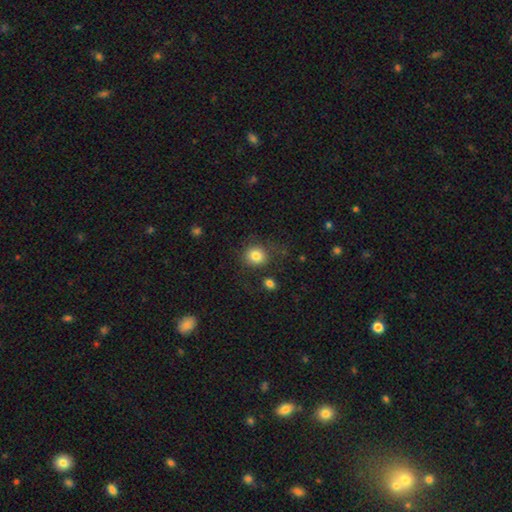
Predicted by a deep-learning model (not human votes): smooth-or-featured: smooth: 82% | star or artifact: 10% | featured or disk: 8%
  how-rounded: round: 83% | in between: 16% | cigar-shaped: 1%
  merging: none: 72% | minor disturbance: 14% | major disturbance: 8% | merger: 5%